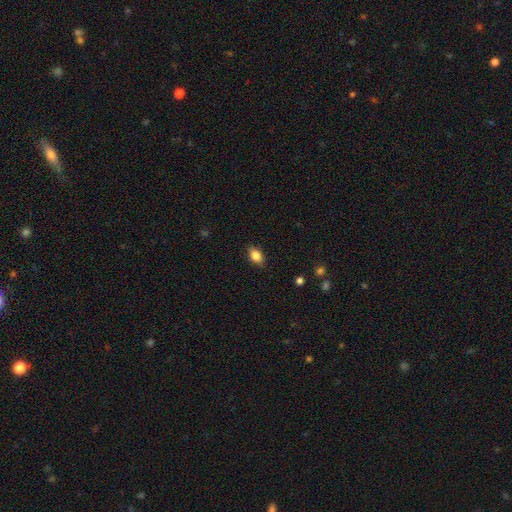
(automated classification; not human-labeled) smooth_or_featured: smooth (p=0.85) [alt: star or artifact p=0.08]
how_rounded: in between (p=0.84) [alt: round p=0.13]
merging: none (p=0.85) [alt: minor disturbance p=0.11]